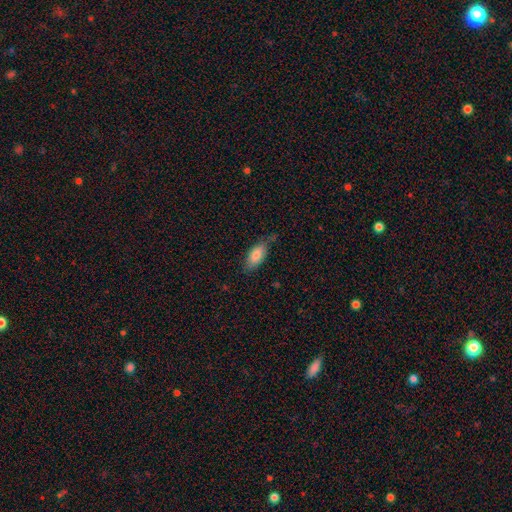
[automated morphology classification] Smooth or featured? smooth (81%)
How rounded? in between (86%)
Merging? none (67%)